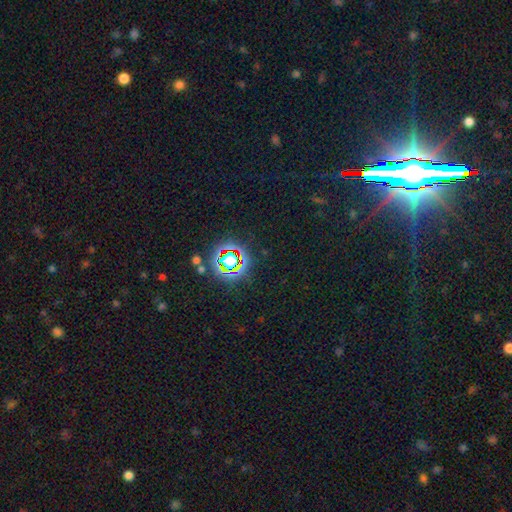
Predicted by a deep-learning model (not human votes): A star or artifact, not a galaxy (82%).